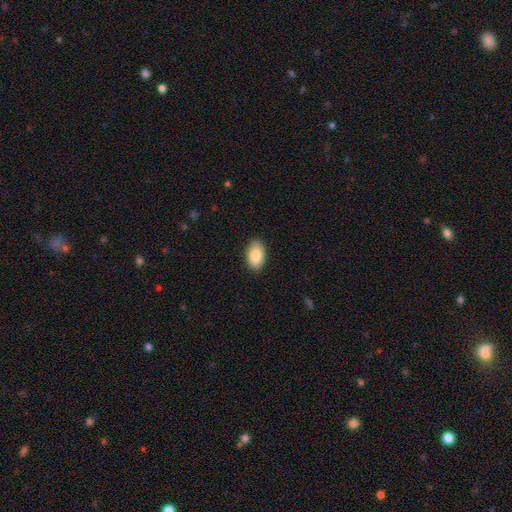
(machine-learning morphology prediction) Q: Smooth or featured?
A: smooth (86%); runner-up: featured or disk (7%)
Q: How rounded?
A: in between (93%); runner-up: round (5%)
Q: Merging?
A: none (88%); runner-up: minor disturbance (9%)